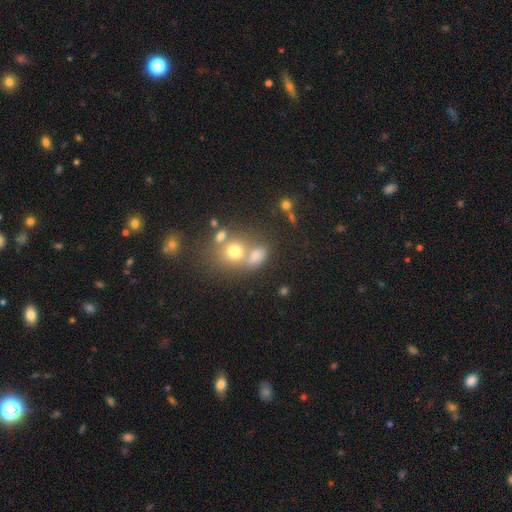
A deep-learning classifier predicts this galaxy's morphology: Smooth or featured?
  - smooth: 66% *
  - star or artifact: 19%
  - featured or disk: 16%
How rounded?
  - in between: 50% *
  - round: 48%
  - cigar-shaped: 2%
Merging?
  - merger: 44% *
  - none: 39%
  - minor disturbance: 11%
  - major disturbance: 6%